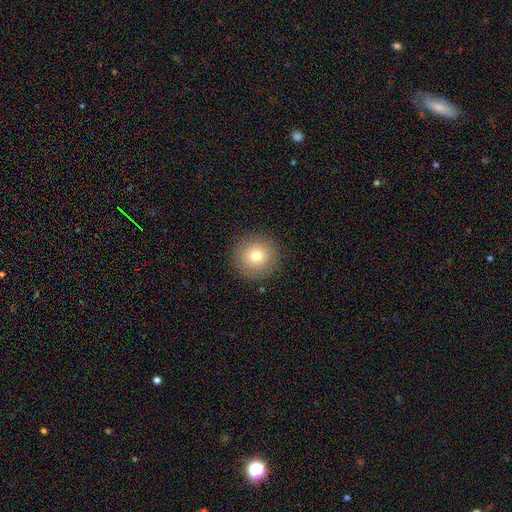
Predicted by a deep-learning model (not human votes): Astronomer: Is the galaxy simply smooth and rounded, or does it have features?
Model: smooth — 75%.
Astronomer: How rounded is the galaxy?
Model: round — 95%.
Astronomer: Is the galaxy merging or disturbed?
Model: none — 90%.